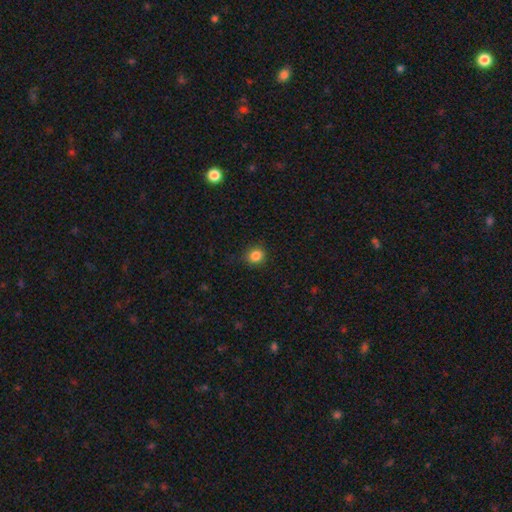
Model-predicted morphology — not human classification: A smooth galaxy with no disk features (85%) that is round (83%). Merging: none (85%).